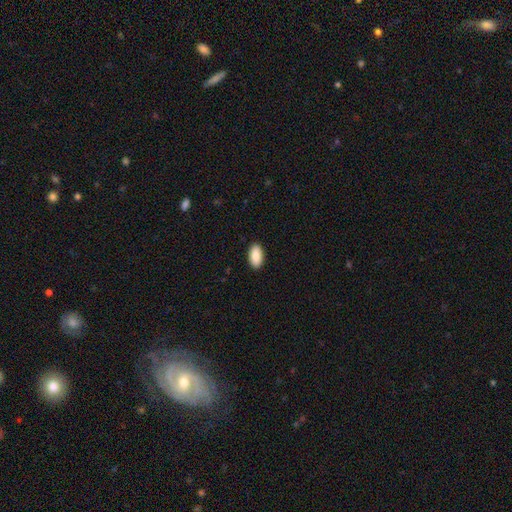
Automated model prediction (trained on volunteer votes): smooth 88%, star or artifact 6%, featured or disk 6%. Down the decision tree: how rounded — in between (94%); merging — none (91%).